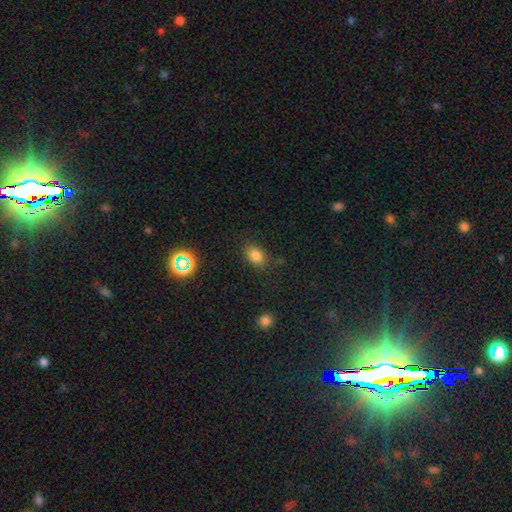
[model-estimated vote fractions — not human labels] smooth-or-featured: smooth: 79% | star or artifact: 15% | featured or disk: 6%
  how-rounded: in between: 70% | round: 28% | cigar-shaped: 1%
  merging: none: 79% | minor disturbance: 14% | major disturbance: 5% | merger: 2%